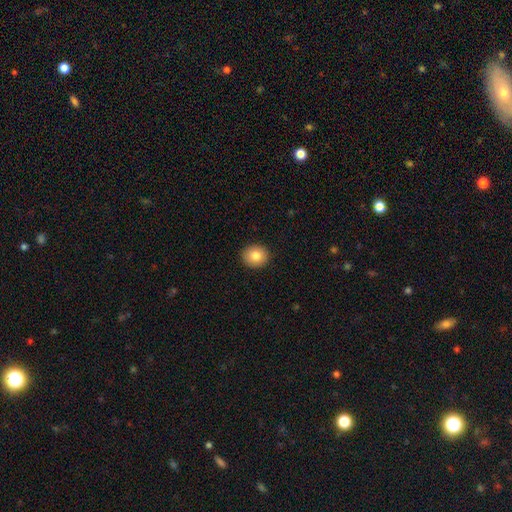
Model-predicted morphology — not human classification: Smooth or featured? smooth (83%)
How rounded? round (74%)
Merging? none (92%)